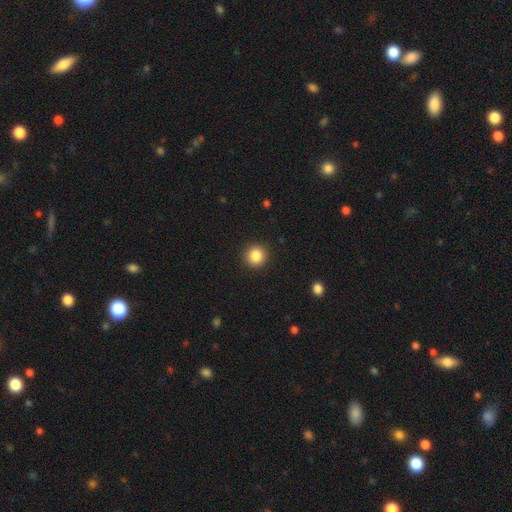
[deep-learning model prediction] This appears to be a smooth galaxy with no disk features (85%) that is round (93%). Merging: none (92%).